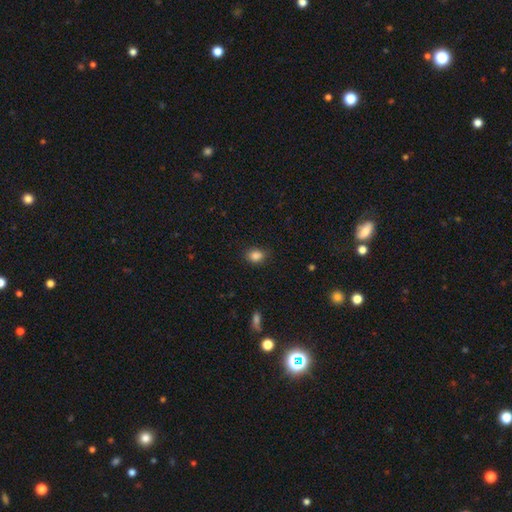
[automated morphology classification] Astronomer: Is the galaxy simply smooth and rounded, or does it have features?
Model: smooth — 85%.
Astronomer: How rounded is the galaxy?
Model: in between — 58% (runner-up: round, 41%).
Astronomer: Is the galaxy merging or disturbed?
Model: none — 81%.